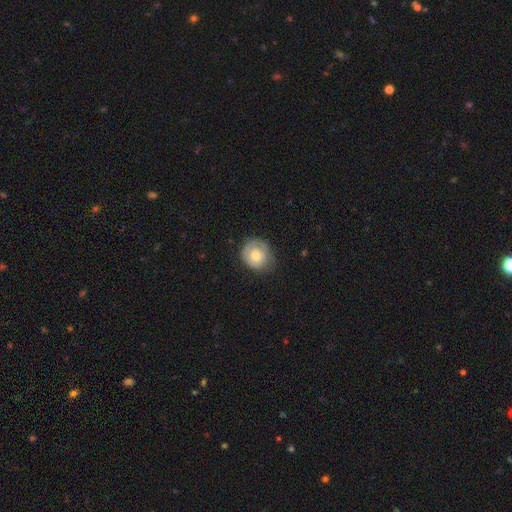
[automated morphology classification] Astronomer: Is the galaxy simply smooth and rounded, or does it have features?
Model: smooth — 64%.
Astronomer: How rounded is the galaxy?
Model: round — 78%.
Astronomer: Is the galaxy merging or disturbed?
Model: none — 60%.